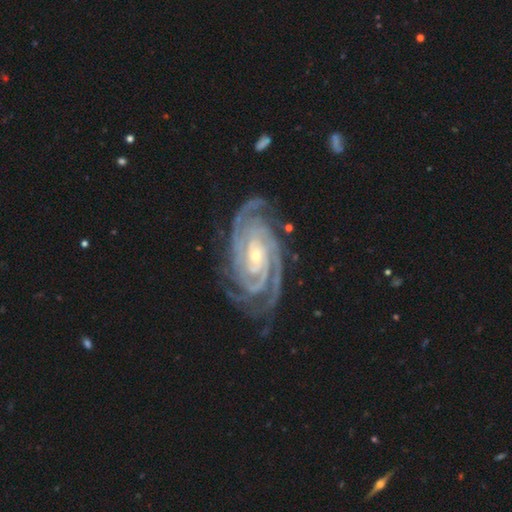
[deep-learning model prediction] Overall: featured or disk (93%). Edge-on disk: no (97%). Bar: no (56%; weak 27%). Spiral arms: yes (99%). Spiral arm count: 3 (28%; 4 23%). Spiral winding: tight (80%). Bulge size: small (67%; moderate 29%). Merging: none (77%).